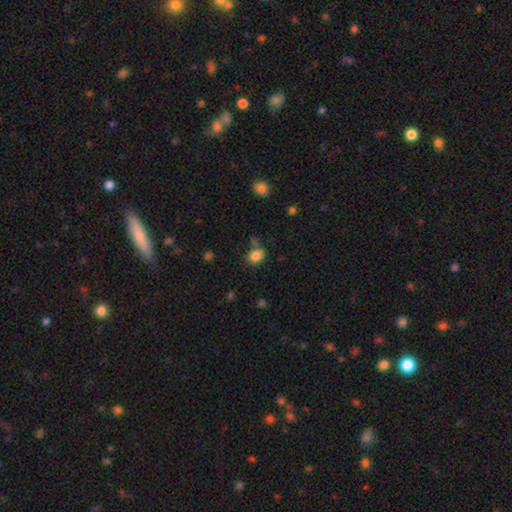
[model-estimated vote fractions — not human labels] A smooth galaxy with no disk features (84%) that is round (57%). Merging: none (67%).